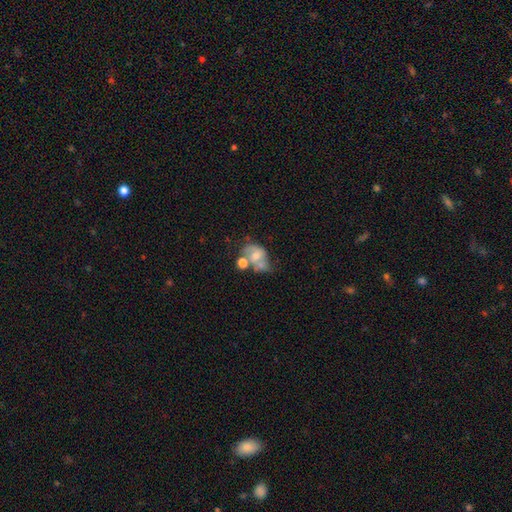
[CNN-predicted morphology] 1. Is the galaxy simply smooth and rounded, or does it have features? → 46% featured or disk, 44% smooth, 10% star or artifact.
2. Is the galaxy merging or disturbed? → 40% merger, 25% none, 19% minor disturbance, 16% major disturbance.